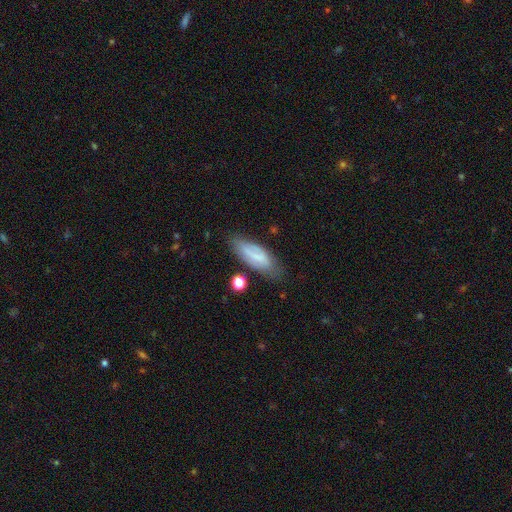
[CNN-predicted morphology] Smooth or featured: smooth — 58% (featured or disk — 34%)
How rounded: in between — 65% (cigar-shaped — 32%)
Merging: none — 70% (minor disturbance — 21%)